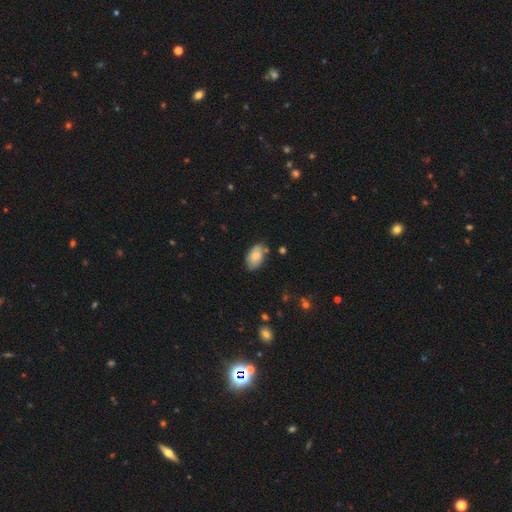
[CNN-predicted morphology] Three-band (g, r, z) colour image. It shows a smooth galaxy with no disk features (80%) that is in between round and cigar-shaped (93%). Merging: none (73%).